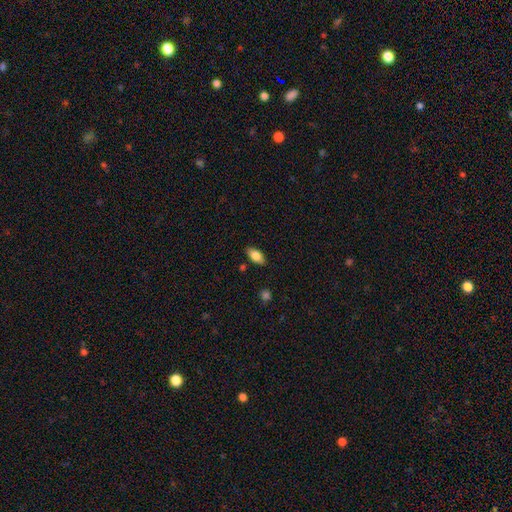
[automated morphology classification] Smooth or featured? Predicted: smooth (p=0.82). How rounded? Predicted: in between (p=0.90). Merging? Predicted: none (p=0.86).